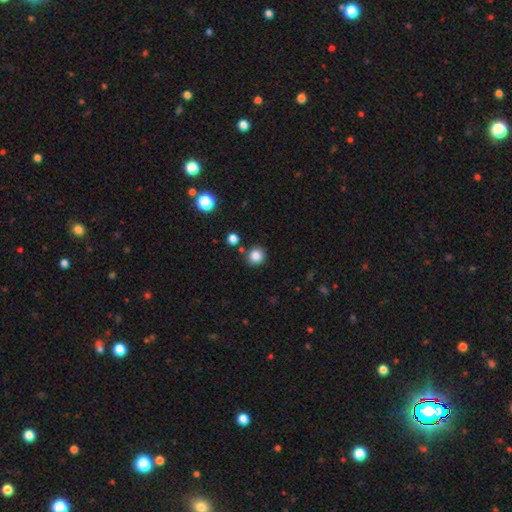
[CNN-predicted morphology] A smooth galaxy with no disk features (85%) that is round (92%).

Vote fractions:
- Smooth or featured? smooth: 85% / star or artifact: 11% / featured or disk: 4%
- How rounded? round: 92% / in between: 7% / cigar-shaped: 1%
- Merging? none: 84% / minor disturbance: 8% / merger: 5% / major disturbance: 2%